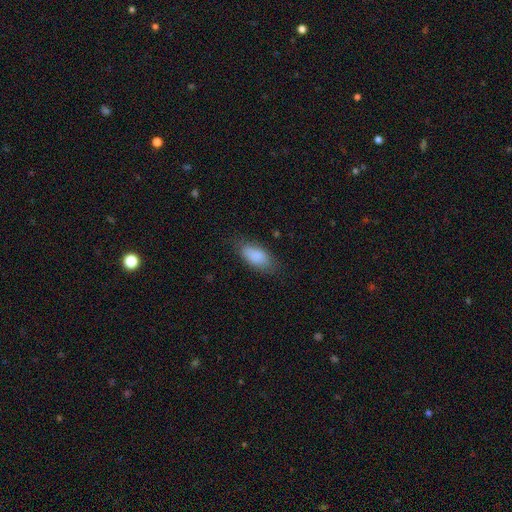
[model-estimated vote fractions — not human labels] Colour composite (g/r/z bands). It shows a smooth galaxy with no disk features (87%) that is in between round and cigar-shaped (90%). Merging: none (73%).